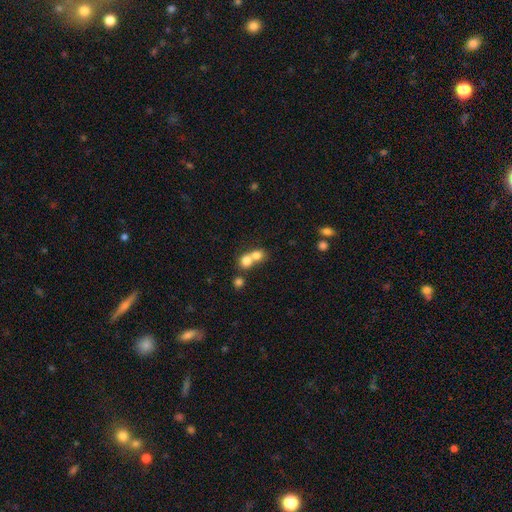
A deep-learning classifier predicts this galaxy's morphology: Smooth or featured: smooth — 75% (featured or disk — 13%)
How rounded: round — 72% (in between — 26%)
Merging: merger — 65% (none — 27%)